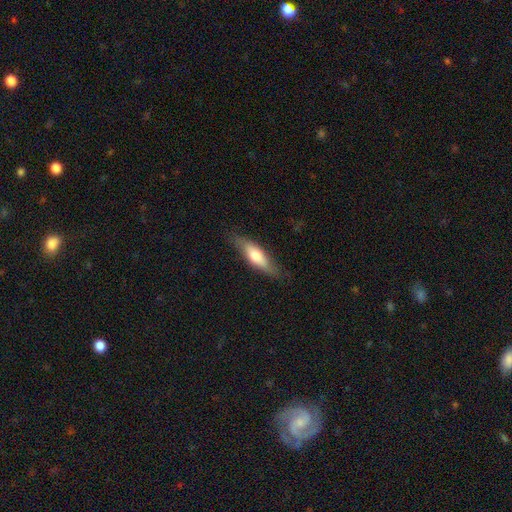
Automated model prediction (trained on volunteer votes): Q: Smooth or featured?
A: smooth (62%); runner-up: featured or disk (33%)
Q: How rounded?
A: cigar-shaped (54%); runner-up: in between (43%)
Q: Merging?
A: none (79%); runner-up: minor disturbance (16%)